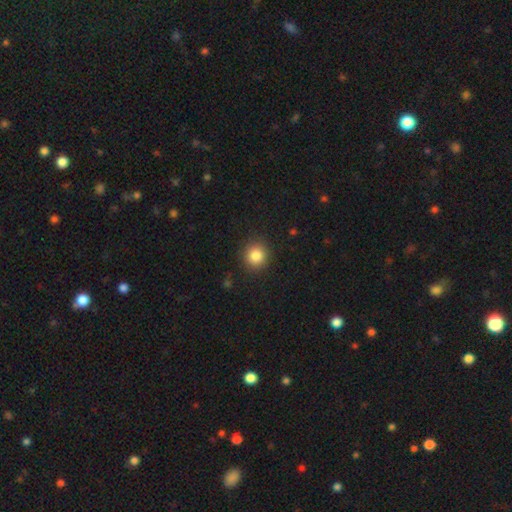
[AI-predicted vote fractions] A smooth galaxy with no disk features (85%) that is round (90%). Merging: none (89%).